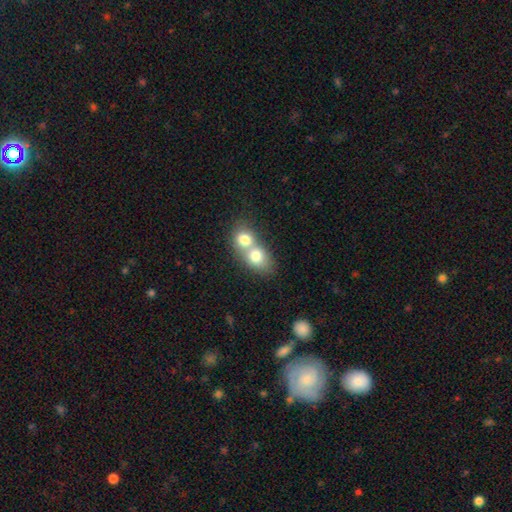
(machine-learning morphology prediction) smooth 73%, featured or disk 19%, star or artifact 8%. Down the decision tree: how rounded — in between (53%); merging — merger (74%).